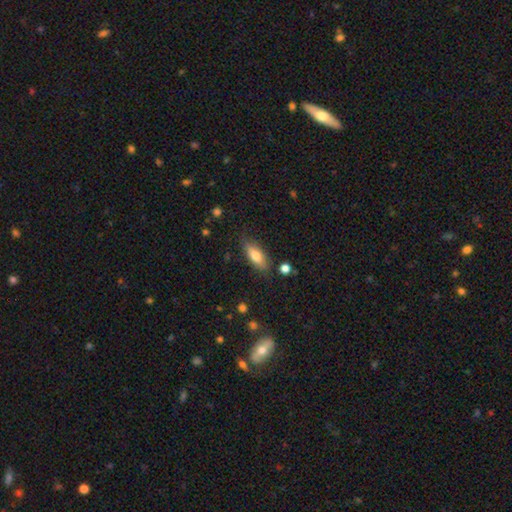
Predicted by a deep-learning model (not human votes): Morphology: type=smooth (69%); roundness=in between (65%); merging=none (78%).